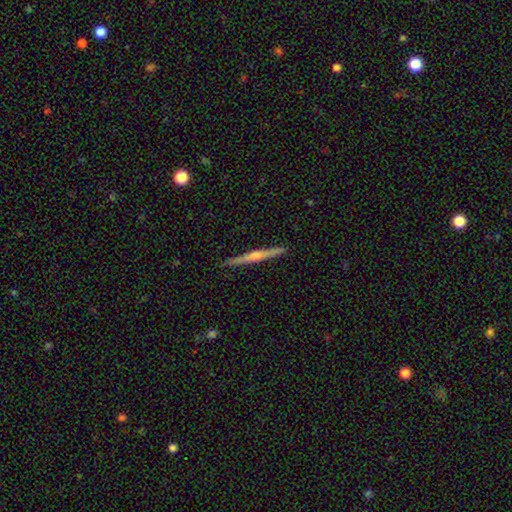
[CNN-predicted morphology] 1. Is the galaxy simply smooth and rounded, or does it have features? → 76% featured or disk, 18% smooth, 6% star or artifact.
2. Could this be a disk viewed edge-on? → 98% yes, 2% no.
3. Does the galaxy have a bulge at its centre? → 79% rounded, 15% none, 6% boxy.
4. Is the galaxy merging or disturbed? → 92% none, 6% minor disturbance, 1% major disturbance, 1% merger.